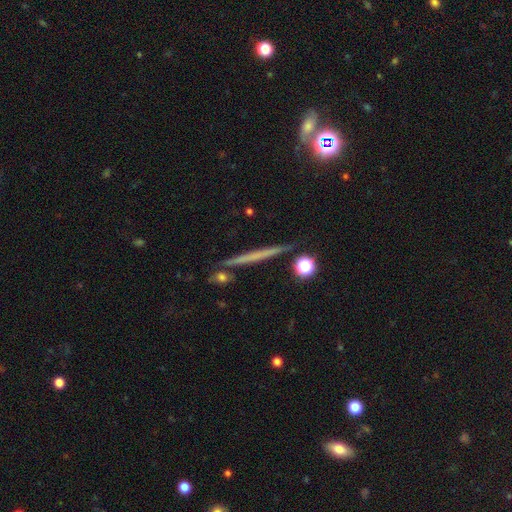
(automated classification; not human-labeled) Smooth or featured?
  - featured or disk: 53% *
  - smooth: 37%
  - star or artifact: 10%
Edge-on disk?
  - yes: 97% *
  - no: 3%
Edge-on bulge?
  - none: 88% *
  - rounded: 8%
  - boxy: 4%
Merging?
  - none: 87% *
  - minor disturbance: 8%
  - merger: 4%
  - major disturbance: 2%